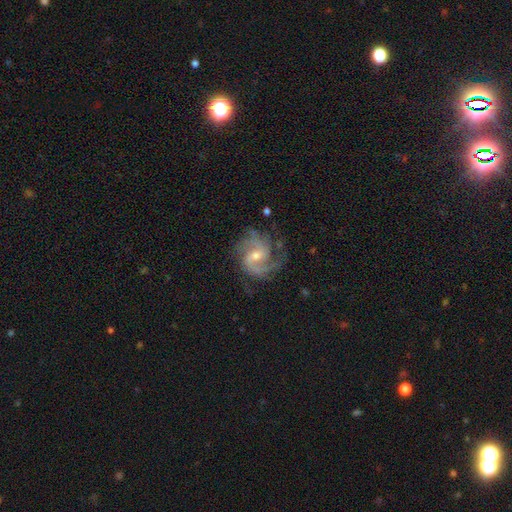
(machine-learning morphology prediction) A featured or disk galaxy (90%) with a weak bar (46%), 2 (51%) medium (55%) spiral arms (98%) and a small central bulge (49%). Merging: none (70%).